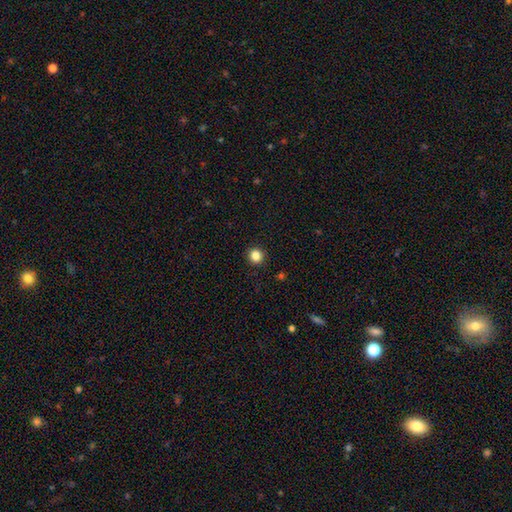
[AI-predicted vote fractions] The model was most divided on "smooth or featured": smooth: 84%, star or artifact: 12%, featured or disk: 4%. More confident: how rounded — round (92%); merging — none (92%).